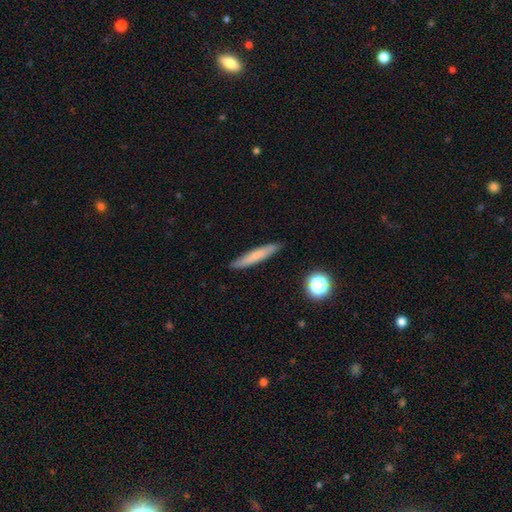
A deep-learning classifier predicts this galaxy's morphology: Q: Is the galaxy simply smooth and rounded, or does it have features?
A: smooth — 70%.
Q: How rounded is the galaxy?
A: cigar-shaped — 93%.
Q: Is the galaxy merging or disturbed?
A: none — 89%.